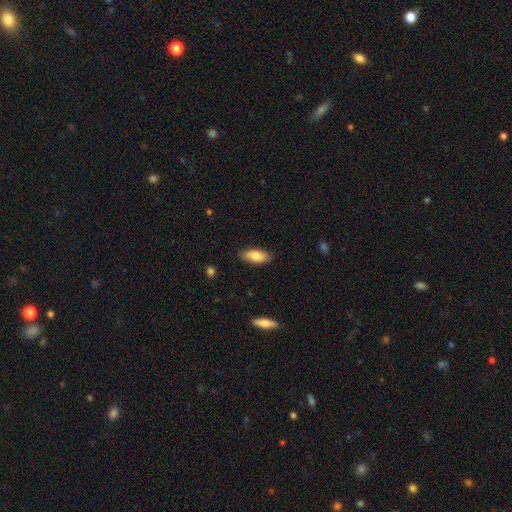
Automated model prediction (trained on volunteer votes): Smooth or featured? smooth (81%)
How rounded? in between (84%)
Merging? none (87%)